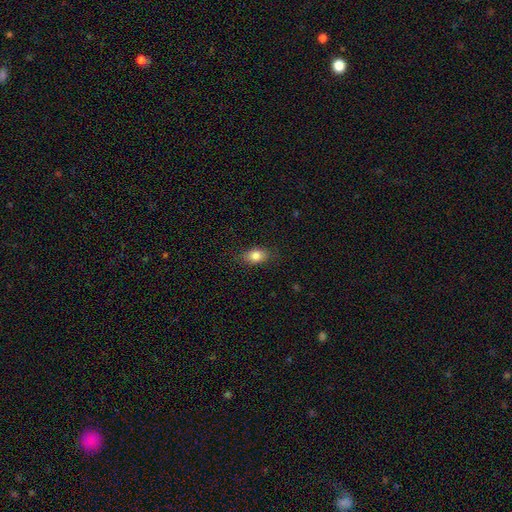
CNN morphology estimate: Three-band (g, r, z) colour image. It shows a smooth galaxy with no disk features (84%) that is in between round and cigar-shaped (81%). Merging: none (84%).